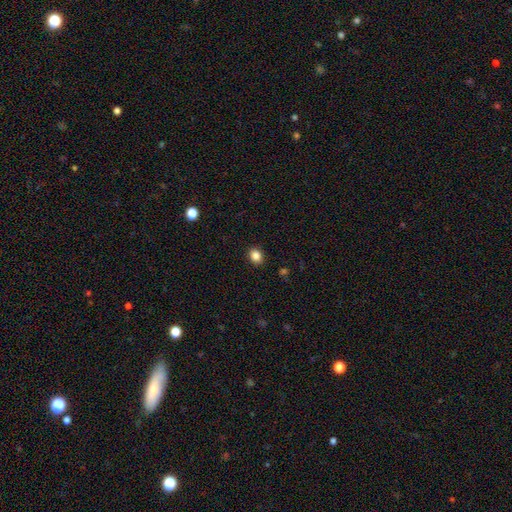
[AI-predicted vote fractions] A smooth galaxy with no disk features (85%) that is round (57%).

Vote fractions:
- Smooth or featured? smooth: 85% / star or artifact: 11% / featured or disk: 4%
- How rounded? round: 57% / in between: 43% / cigar-shaped: 1%
- Merging? none: 90% / minor disturbance: 7% / major disturbance: 2% / merger: 1%